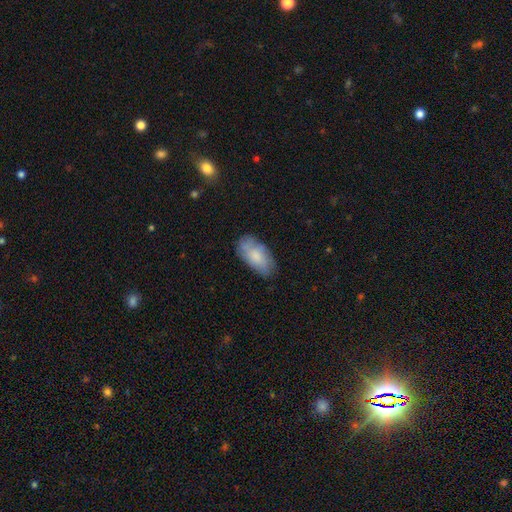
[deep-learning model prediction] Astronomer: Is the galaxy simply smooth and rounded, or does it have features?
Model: smooth — 69%.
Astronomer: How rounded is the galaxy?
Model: in between — 94%.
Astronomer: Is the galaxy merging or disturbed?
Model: none — 70%.